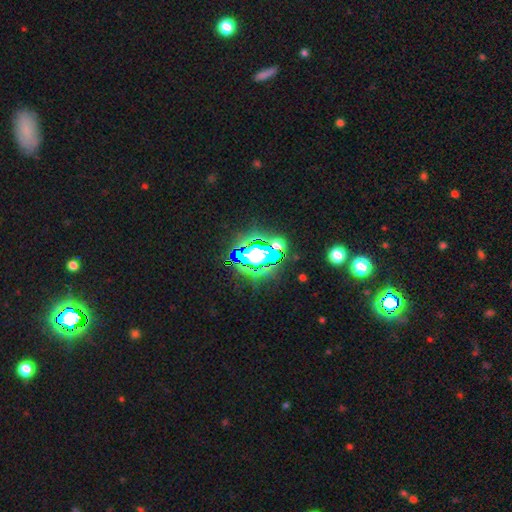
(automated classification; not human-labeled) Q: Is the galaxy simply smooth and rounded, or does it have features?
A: star or artifact — 62%.